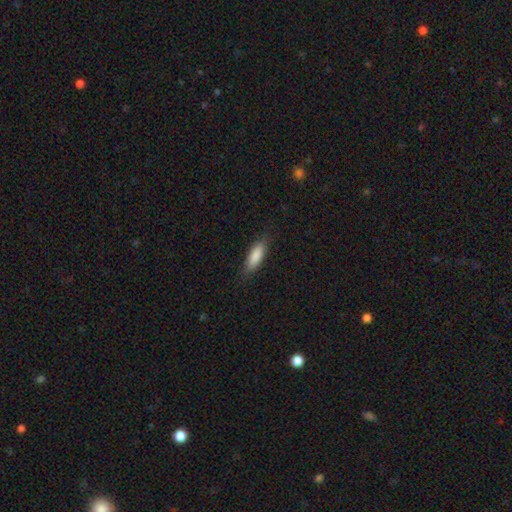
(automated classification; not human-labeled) Overall: smooth (85%). How rounded: in between (57%; cigar-shaped 41%). Merging: none (82%).